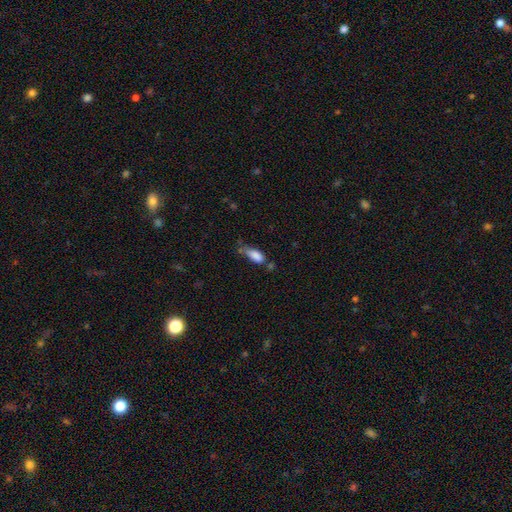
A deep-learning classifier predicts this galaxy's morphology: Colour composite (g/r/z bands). It shows a smooth galaxy with no disk features (83%) that is in between round and cigar-shaped (79%). Merging: none (38%).